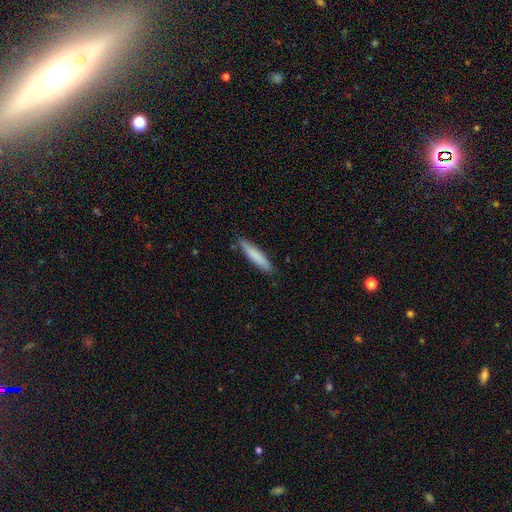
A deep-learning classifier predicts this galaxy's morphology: Overall: smooth (79%). How rounded: cigar-shaped (90%). Merging: none (85%).